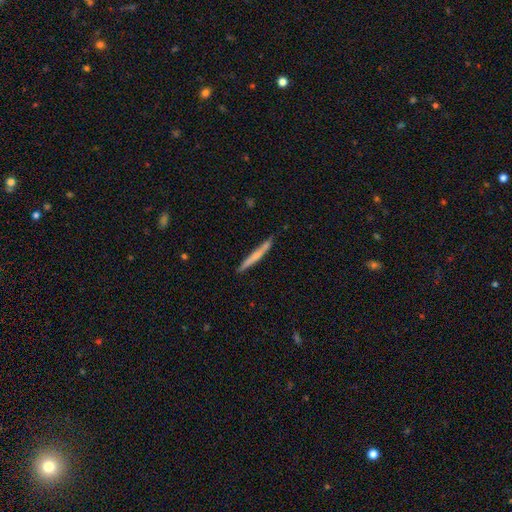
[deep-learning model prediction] A smooth galaxy with no disk features (54%) that is cigar-shaped (97%). Merging: none (85%).